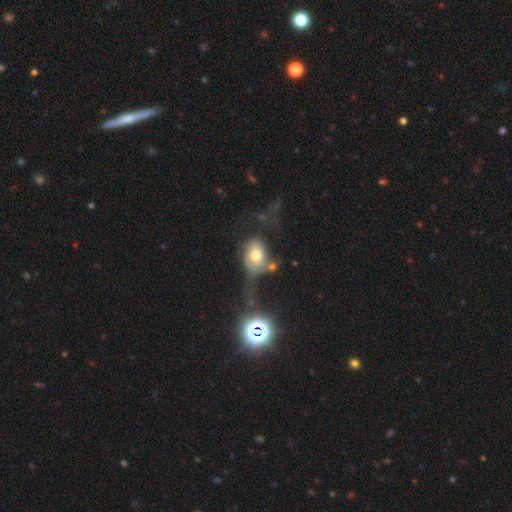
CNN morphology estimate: This is possibly a smooth galaxy (57%). How rounded: likely in between (70%). Merging: marginally major disturbance (37%).